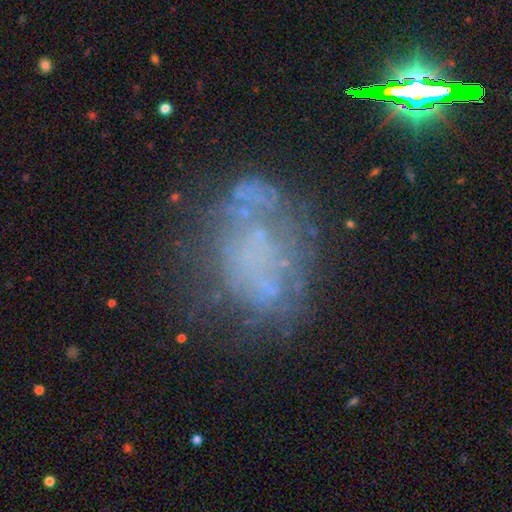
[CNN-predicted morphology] This appears to be a featured or disk galaxy (49%). Merging: none (50%).